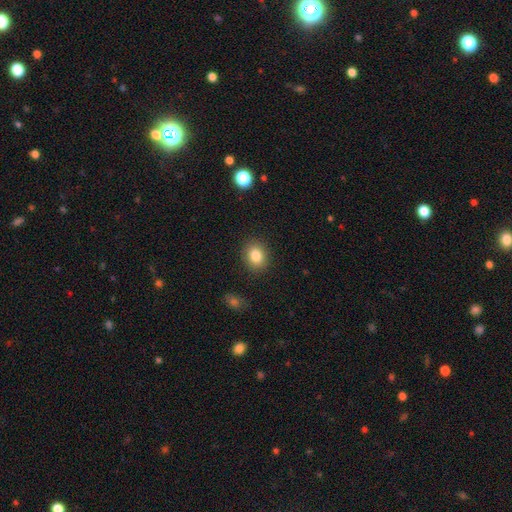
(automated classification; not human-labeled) A smooth galaxy with no disk features (84%) that is round (58%).

Vote fractions:
- Smooth or featured? smooth: 84% / star or artifact: 10% / featured or disk: 6%
- How rounded? round: 58% / in between: 41% / cigar-shaped: 1%
- Merging? none: 88% / minor disturbance: 8% / major disturbance: 2% / merger: 1%